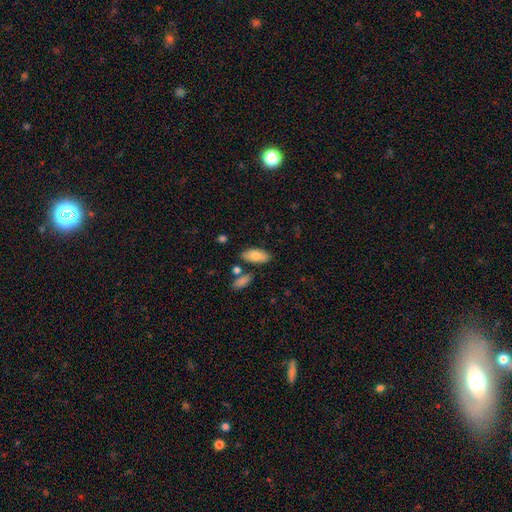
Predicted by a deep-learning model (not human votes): Smooth or featured: smooth — 77% (featured or disk — 16%)
How rounded: in between — 90% (cigar-shaped — 7%)
Merging: none — 78% (minor disturbance — 12%)